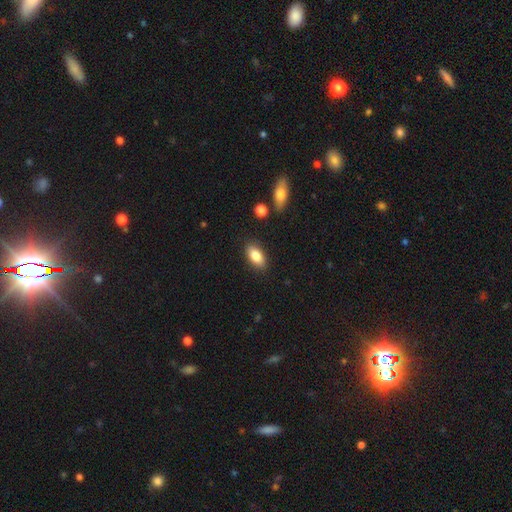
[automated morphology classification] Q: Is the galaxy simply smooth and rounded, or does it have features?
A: smooth — 84%.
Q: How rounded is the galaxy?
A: in between — 89%.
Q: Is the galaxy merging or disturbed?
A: none — 86%.